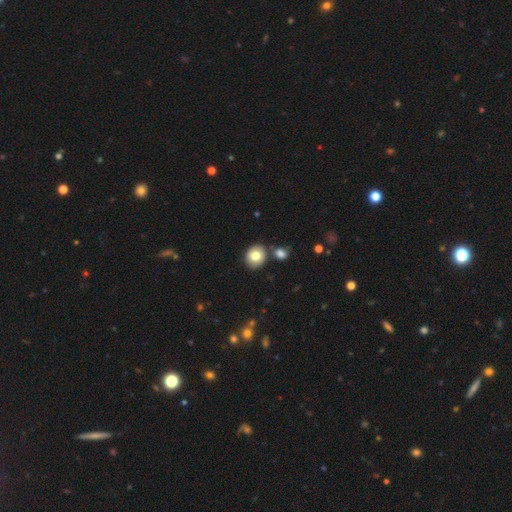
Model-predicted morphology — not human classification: type=smooth (80%); roundness=round (76%); merging=none (77%).